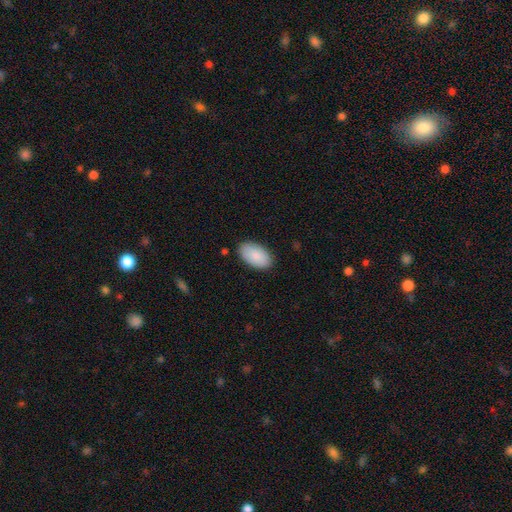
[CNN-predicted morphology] type=smooth (89%); roundness=in between (96%); merging=none (86%).